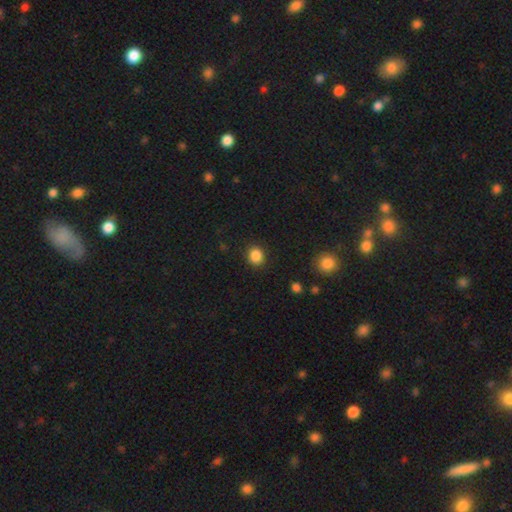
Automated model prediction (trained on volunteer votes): A smooth galaxy with no disk features (86%) that is round (78%). Merging: none (89%).